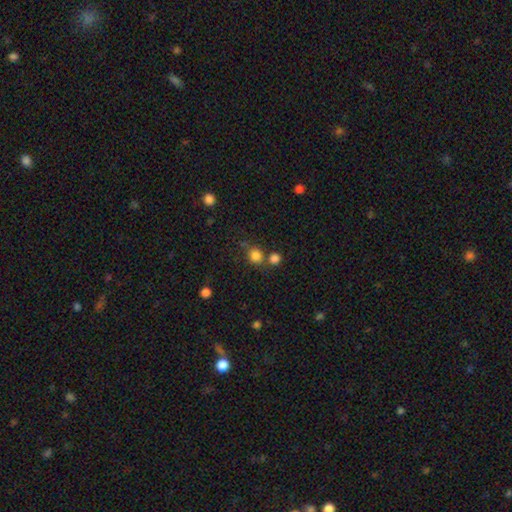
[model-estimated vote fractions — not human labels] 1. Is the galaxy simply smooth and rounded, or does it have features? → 81% smooth, 14% star or artifact, 6% featured or disk.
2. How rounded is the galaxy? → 85% round, 14% in between, 1% cigar-shaped.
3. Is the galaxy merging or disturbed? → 64% none, 22% merger, 10% minor disturbance, 4% major disturbance.